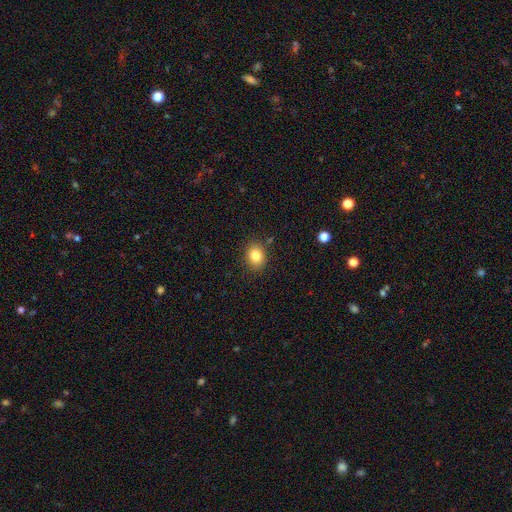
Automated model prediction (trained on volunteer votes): Q: Smooth or featured?
A: smooth (82%); runner-up: star or artifact (11%)
Q: How rounded?
A: round (56%); runner-up: in between (44%)
Q: Merging?
A: none (85%); runner-up: minor disturbance (10%)